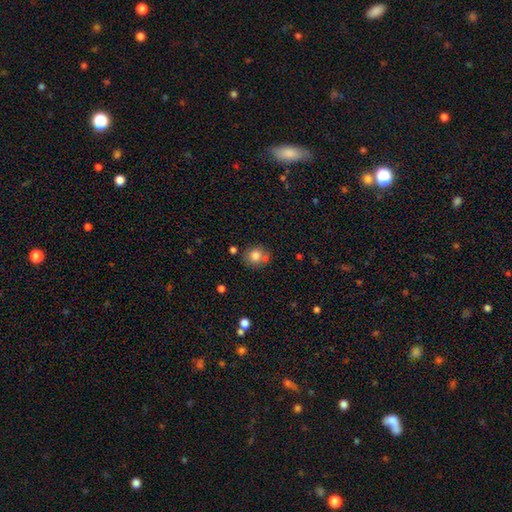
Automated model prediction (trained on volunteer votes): smooth-or-featured: smooth: 79% | star or artifact: 10% | featured or disk: 10%
  how-rounded: round: 75% | in between: 24% | cigar-shaped: 1%
  merging: none: 64% | merger: 16% | minor disturbance: 15% | major disturbance: 5%